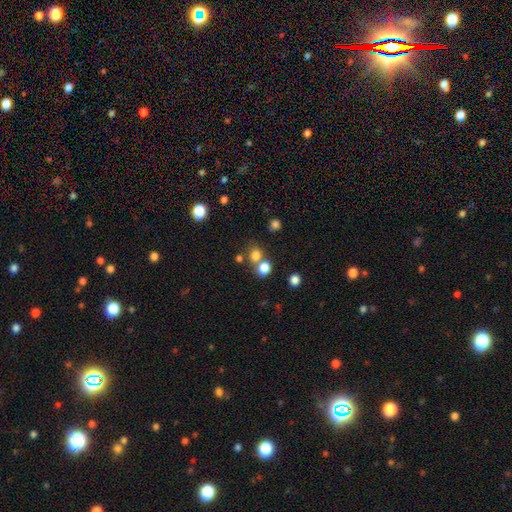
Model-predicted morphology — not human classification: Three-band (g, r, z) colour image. It shows a smooth galaxy with no disk features (77%) that is round (73%). Merging: none (53%).